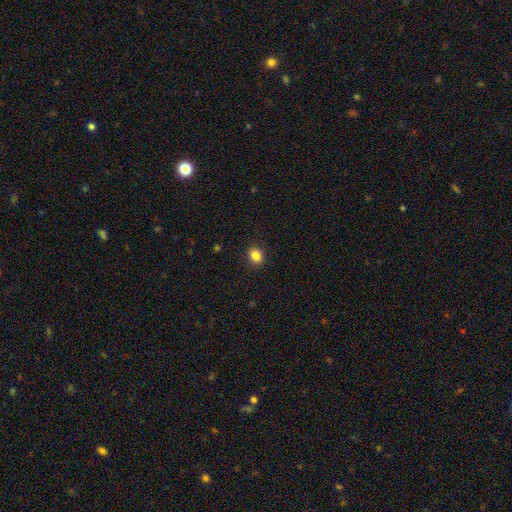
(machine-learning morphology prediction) A smooth galaxy with no disk features (84%) that is round (60%). Merging: none (91%).